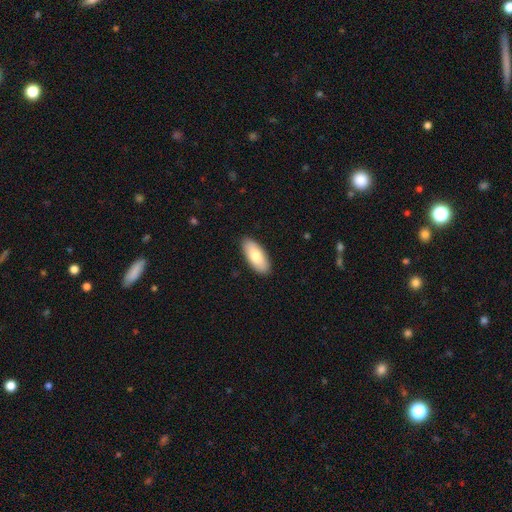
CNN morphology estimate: Smooth or featured? Predicted: smooth (p=0.79). How rounded? Predicted: in between (p=0.87). Merging? Predicted: none (p=0.90).